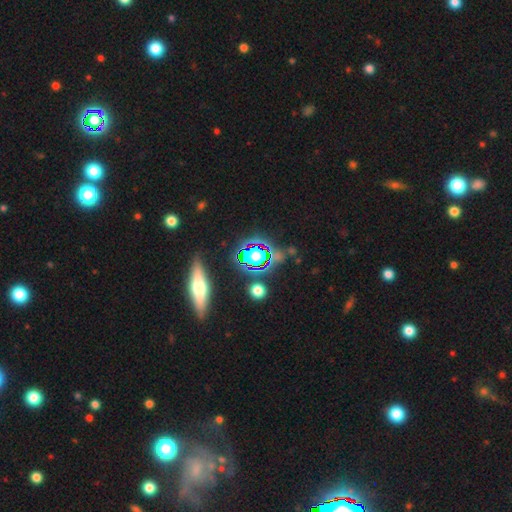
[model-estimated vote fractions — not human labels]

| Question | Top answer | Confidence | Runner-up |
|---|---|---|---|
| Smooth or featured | star or artifact | 53% | smooth (28%) |